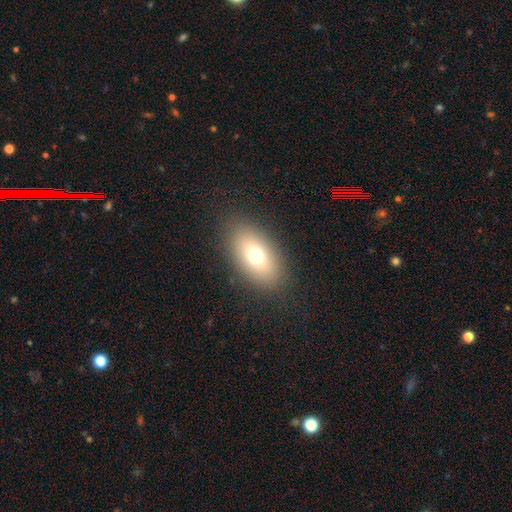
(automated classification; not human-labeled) Q: Smooth or featured?
A: smooth (70%); runner-up: featured or disk (17%)
Q: How rounded?
A: in between (86%); runner-up: round (11%)
Q: Merging?
A: none (85%); runner-up: minor disturbance (9%)